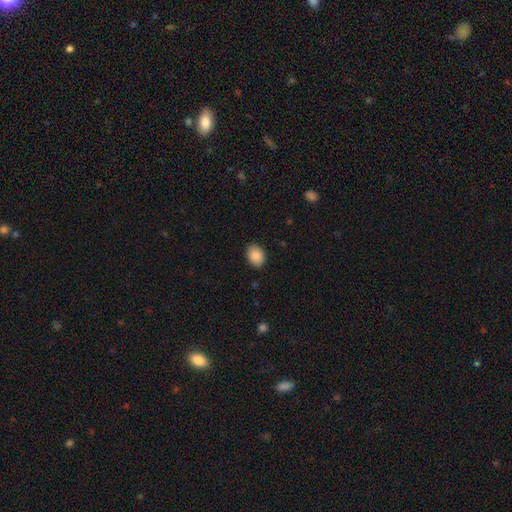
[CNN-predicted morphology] Smooth or featured: smooth — 88% (star or artifact — 8%)
How rounded: in between — 68% (round — 31%)
Merging: none — 89% (minor disturbance — 8%)